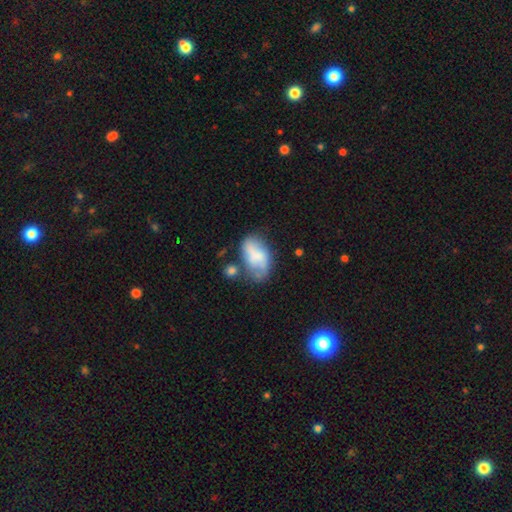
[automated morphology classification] A smooth galaxy with no disk features (57%) that is in between round and cigar-shaped (90%). Merging: none (36%).